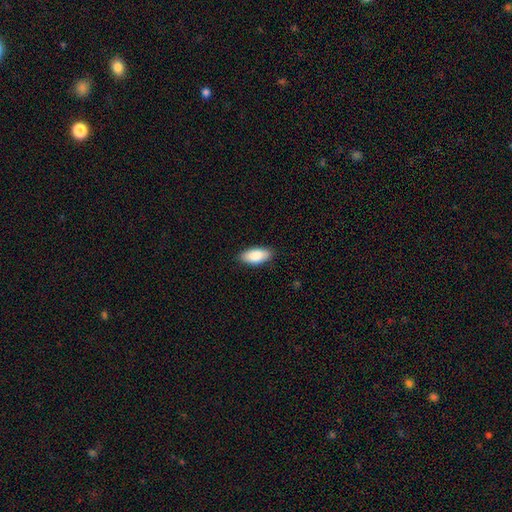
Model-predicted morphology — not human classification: Smooth or featured? smooth (88%)
How rounded? in between (90%)
Merging? none (87%)